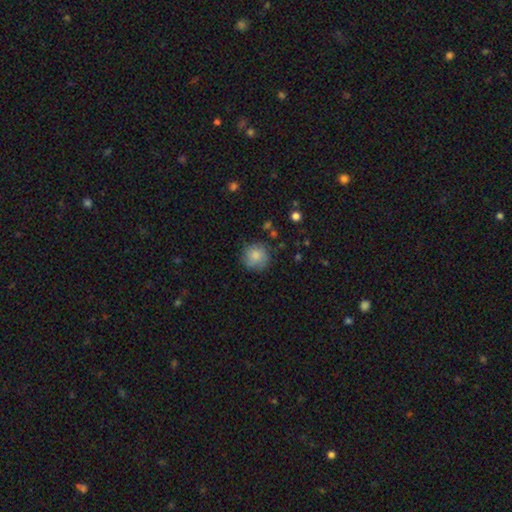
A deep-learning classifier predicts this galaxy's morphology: The model was most divided on "merging": none: 80%, minor disturbance: 14%, major disturbance: 4%, merger: 2%. More confident: how rounded — round (93%); smooth or featured — smooth (84%).